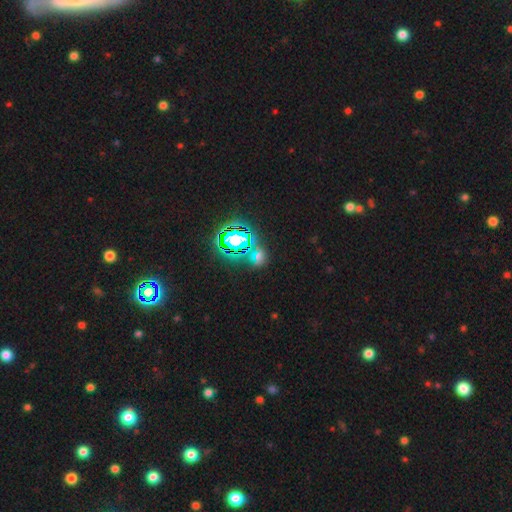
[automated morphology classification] Q: Smooth or featured?
A: star or artifact (65%); runner-up: smooth (24%)